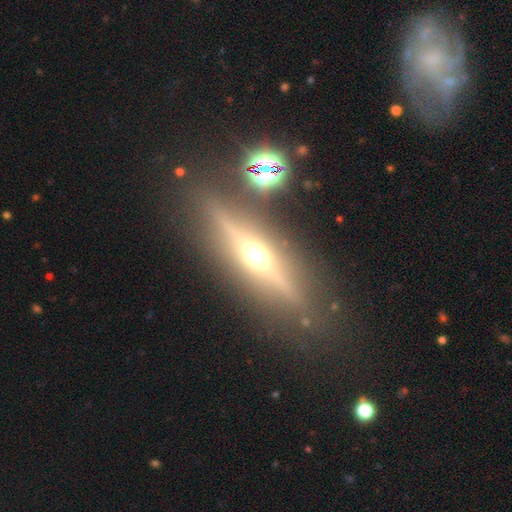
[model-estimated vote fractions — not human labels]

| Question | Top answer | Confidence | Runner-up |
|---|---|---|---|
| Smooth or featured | featured or disk | 78% | smooth (15%) |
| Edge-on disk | yes | 95% | no (5%) |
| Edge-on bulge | rounded | 95% | boxy (2%) |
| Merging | none | 83% | minor disturbance (9%) |